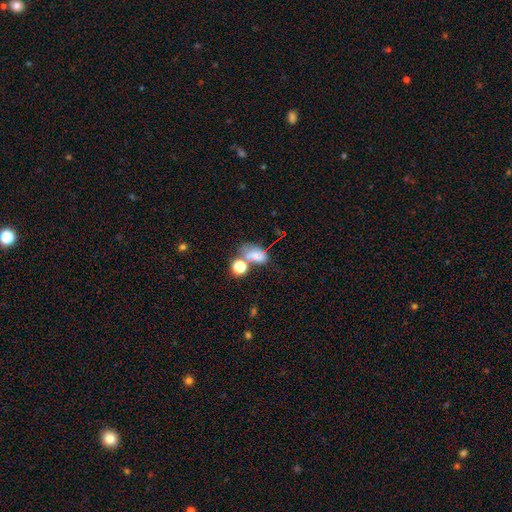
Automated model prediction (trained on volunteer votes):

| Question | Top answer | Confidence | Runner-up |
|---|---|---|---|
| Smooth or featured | smooth | 64% | featured or disk (19%) |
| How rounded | in between | 78% | round (20%) |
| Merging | merger | 38% | none (30%) |